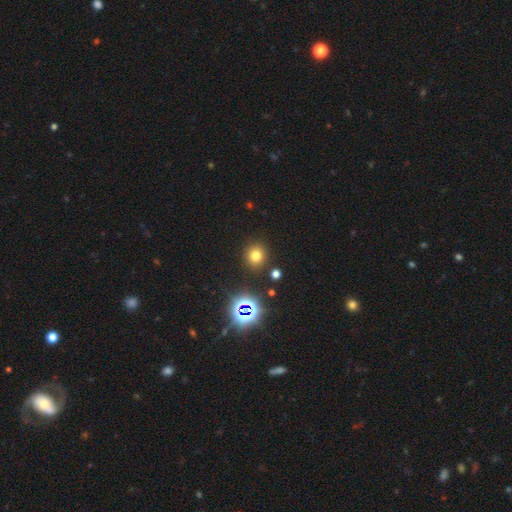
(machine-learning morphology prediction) The model was most divided on "smooth or featured": smooth: 71%, star or artifact: 22%, featured or disk: 7%. More confident: merging — none (87%); how rounded — round (86%).